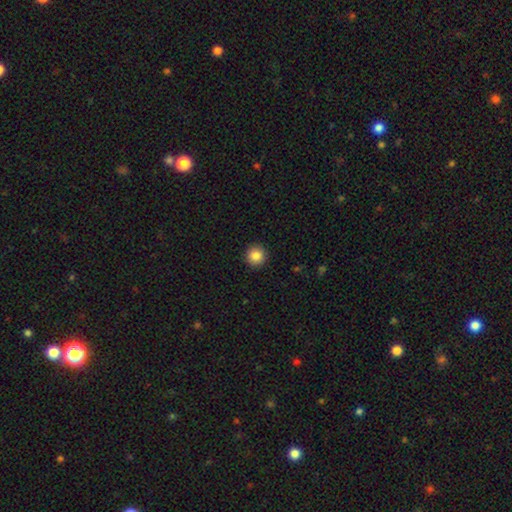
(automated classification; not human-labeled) Morphology: type=smooth (86%); roundness=round (95%); merging=none (93%).